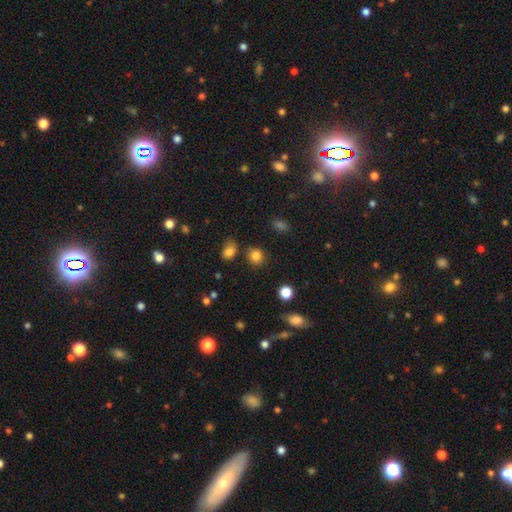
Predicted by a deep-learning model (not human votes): smooth_or_featured: smooth (p=0.84) [alt: star or artifact p=0.12]
how_rounded: round (p=0.81) [alt: in between p=0.18]
merging: none (p=0.80) [alt: minor disturbance p=0.11]